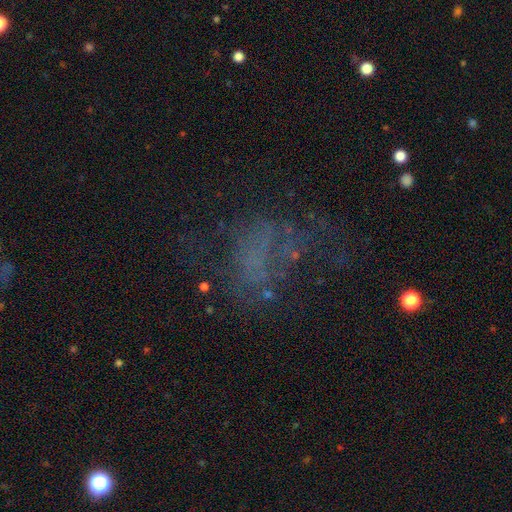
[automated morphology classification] Smooth or featured: featured or disk — 43% (star or artifact — 29%)
Merging: none — 43% (major disturbance — 35%)